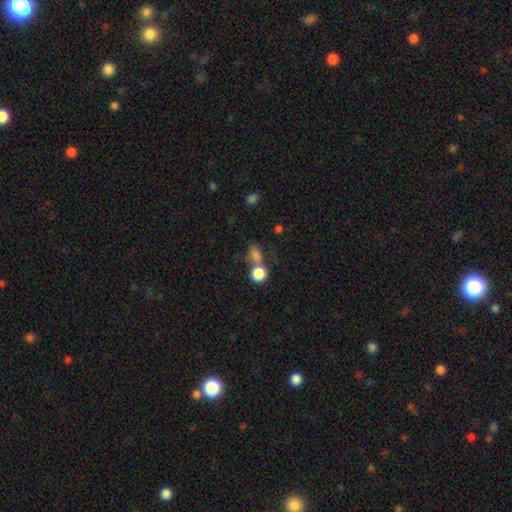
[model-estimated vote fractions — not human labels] Overall: smooth (78%). How rounded: in between (55%; round 41%). Merging: merger (42%; none 38%).